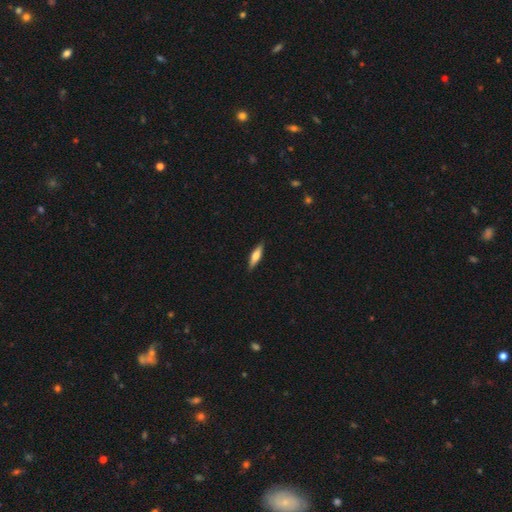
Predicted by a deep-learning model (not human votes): A smooth galaxy with no disk features (60%) that is cigar-shaped (68%). Merging: none (88%).